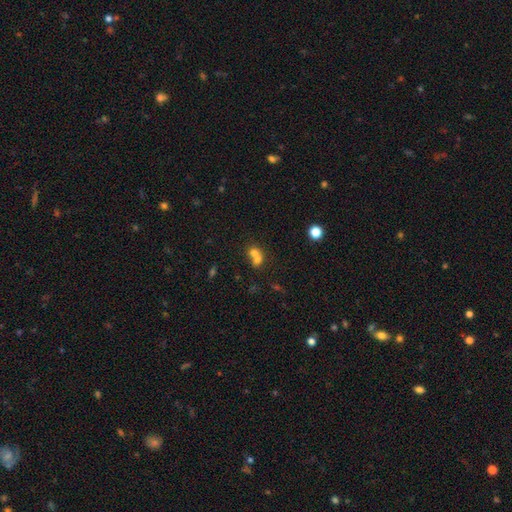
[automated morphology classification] smooth-or-featured: smooth: 68% | featured or disk: 18% | star or artifact: 14%
  how-rounded: round: 65% | in between: 34% | cigar-shaped: 1%
  merging: merger: 68% | none: 24% | minor disturbance: 5% | major disturbance: 3%